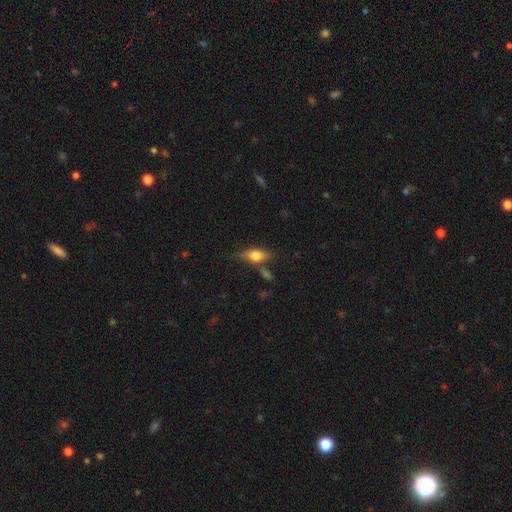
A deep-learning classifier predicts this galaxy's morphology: Overall: smooth (56%; featured or disk 36%). How rounded: in between (69%). Merging: none (70%).